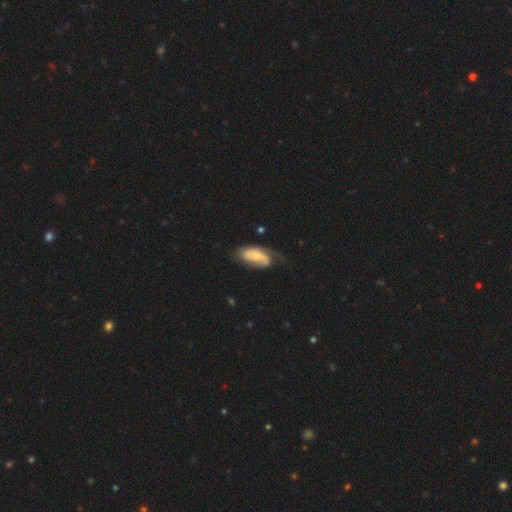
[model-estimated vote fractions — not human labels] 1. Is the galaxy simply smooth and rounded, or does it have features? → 62% featured or disk, 32% smooth, 6% star or artifact.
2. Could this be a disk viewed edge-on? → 94% no, 6% yes.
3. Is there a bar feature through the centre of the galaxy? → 60% no, 31% weak, 9% strong.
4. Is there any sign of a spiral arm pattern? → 88% yes, 12% no.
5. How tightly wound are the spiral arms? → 38% medium, 32% loose, 29% tight.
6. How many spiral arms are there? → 61% 2, 20% 1, 15% can't tell, 2% 3, 1% 4, 1% more than 4.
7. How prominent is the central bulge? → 54% small, 35% moderate, 6% none, 4% large, 1% dominant.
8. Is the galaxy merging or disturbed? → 51% none, 29% minor disturbance, 17% major disturbance, 3% merger.